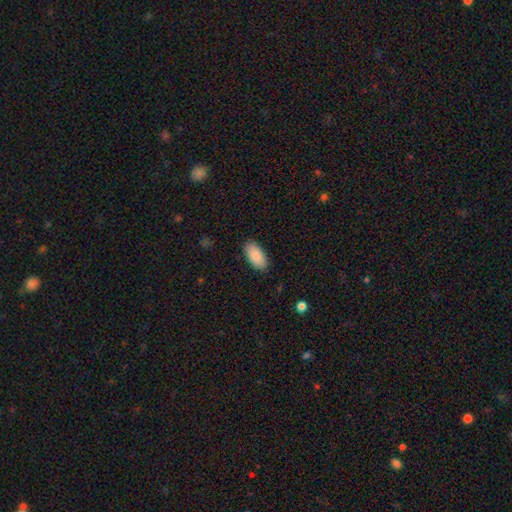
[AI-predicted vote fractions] Q: Smooth or featured?
A: smooth (88%); runner-up: star or artifact (6%)
Q: How rounded?
A: in between (95%); runner-up: cigar-shaped (3%)
Q: Merging?
A: none (87%); runner-up: minor disturbance (10%)